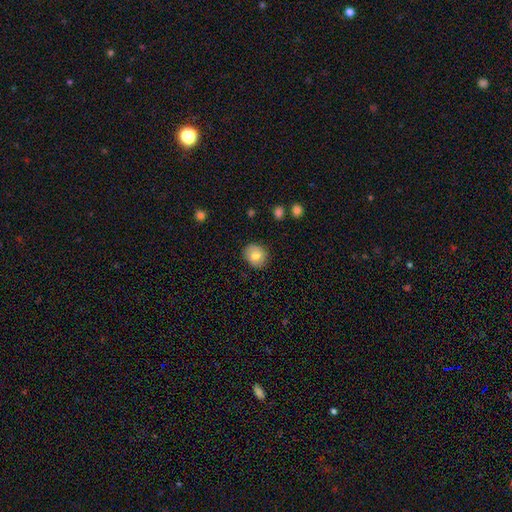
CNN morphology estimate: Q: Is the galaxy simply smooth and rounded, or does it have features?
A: smooth — 75%.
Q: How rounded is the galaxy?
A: round — 67%.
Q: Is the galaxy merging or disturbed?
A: none — 85%.